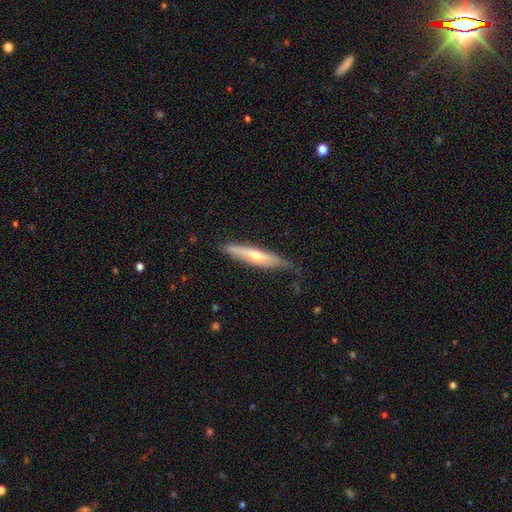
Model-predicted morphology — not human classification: type=featured or disk (55%); edge-on=yes (85%); merging=none (69%).